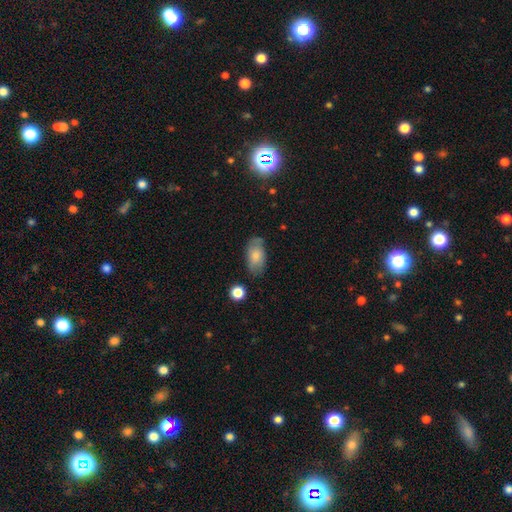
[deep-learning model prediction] Smooth or featured? smooth (77%)
How rounded? in between (93%)
Merging? none (68%)